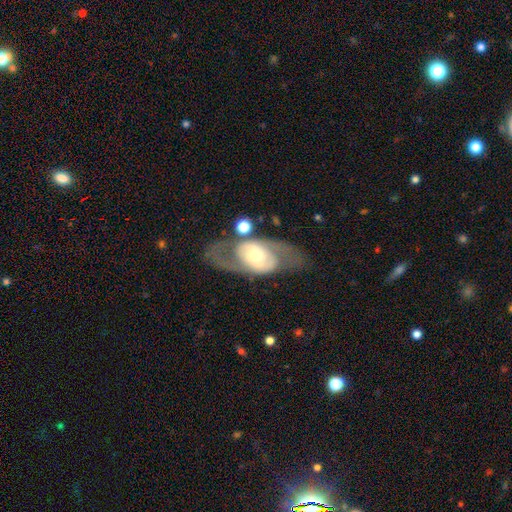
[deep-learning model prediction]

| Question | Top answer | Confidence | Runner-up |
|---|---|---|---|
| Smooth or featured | featured or disk | 74% | smooth (21%) |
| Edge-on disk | no | 89% | yes (11%) |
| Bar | no | 50% | weak (32%) |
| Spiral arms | yes | 64% | no (36%) |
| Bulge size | moderate | 52% | small (28%) |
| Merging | none | 66% | minor disturbance (15%) |